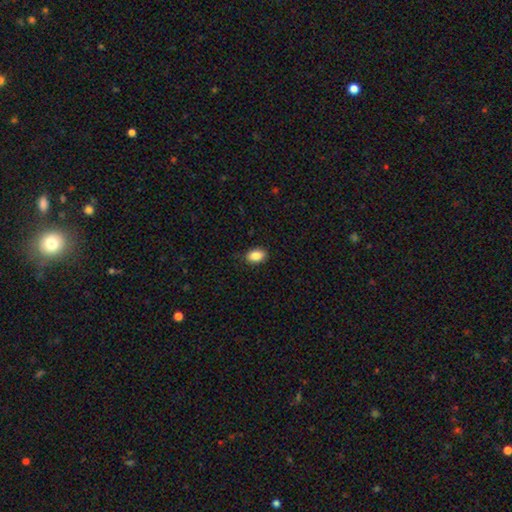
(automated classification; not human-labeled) smooth_or_featured: smooth (p=0.87) [alt: star or artifact p=0.08]
how_rounded: in between (p=0.88) [alt: round p=0.10]
merging: none (p=0.86) [alt: minor disturbance p=0.11]